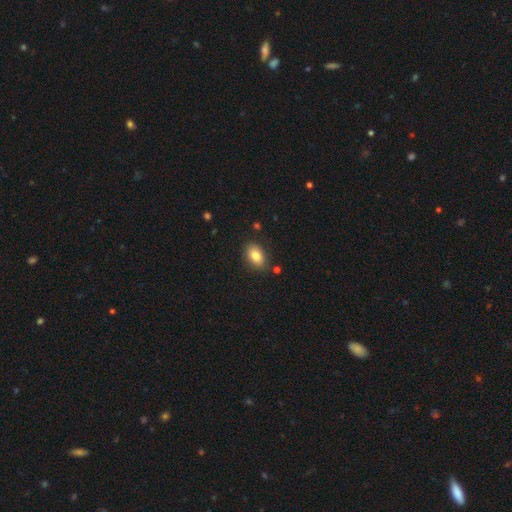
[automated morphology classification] Smooth or featured? Predicted: smooth (p=0.84). How rounded? Predicted: in between (p=0.88). Merging? Predicted: none (p=0.83).